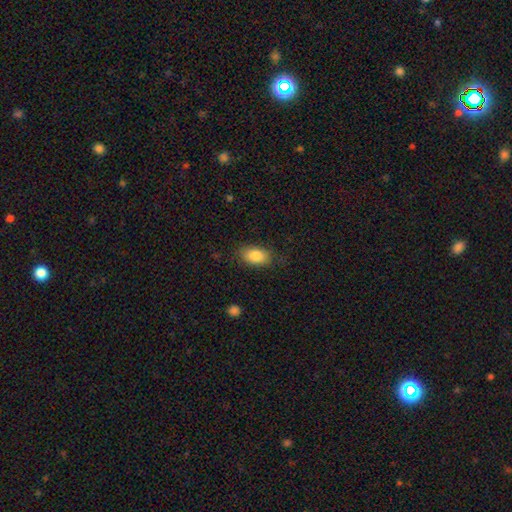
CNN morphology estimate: A smooth galaxy with no disk features (85%) that is in between round and cigar-shaped (89%). Merging: none (79%).